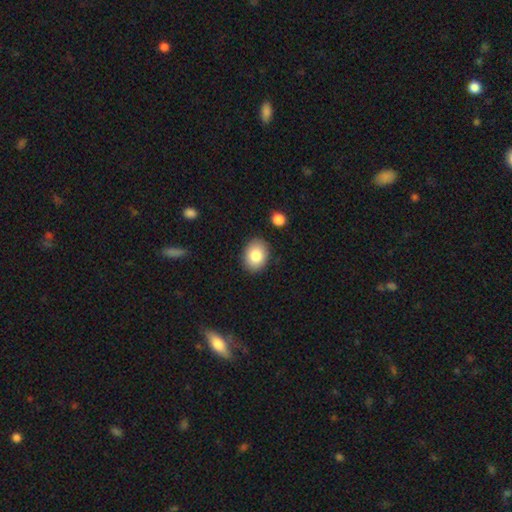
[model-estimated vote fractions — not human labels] Q: Smooth or featured?
A: smooth (85%); runner-up: featured or disk (8%)
Q: How rounded?
A: in between (59%); runner-up: round (40%)
Q: Merging?
A: none (87%); runner-up: minor disturbance (9%)